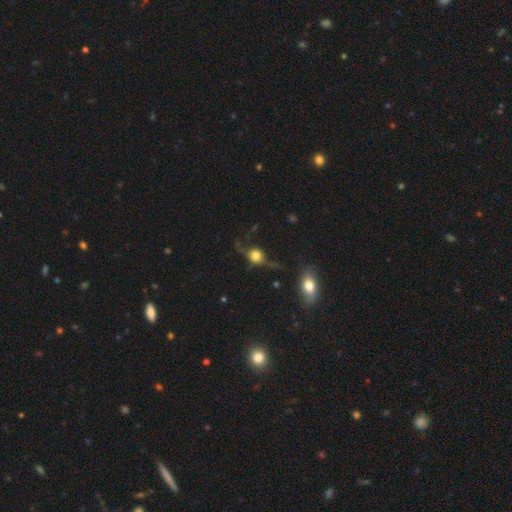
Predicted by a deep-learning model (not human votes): Smooth or featured?
  - smooth: 53% *
  - featured or disk: 31%
  - star or artifact: 16%
How rounded?
  - round: 75% *
  - in between: 21%
  - cigar-shaped: 4%
Merging?
  - none: 50% *
  - major disturbance: 22%
  - minor disturbance: 20%
  - merger: 8%